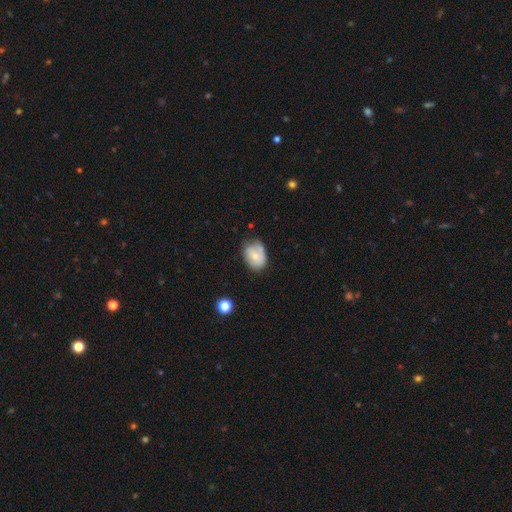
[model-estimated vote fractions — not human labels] Q: Smooth or featured?
A: smooth (62%); runner-up: featured or disk (29%)
Q: How rounded?
A: in between (68%); runner-up: round (31%)
Q: Merging?
A: none (53%); runner-up: minor disturbance (32%)